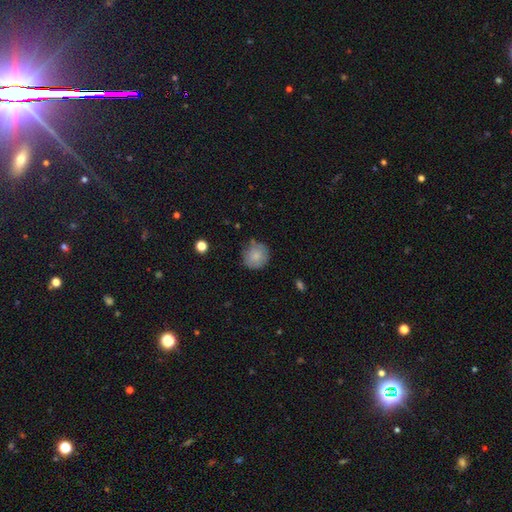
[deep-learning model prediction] smooth-or-featured: smooth: 81% | featured or disk: 12% | star or artifact: 8%
  how-rounded: round: 91% | in between: 8% | cigar-shaped: 1%
  merging: none: 75% | minor disturbance: 19% | major disturbance: 4% | merger: 2%